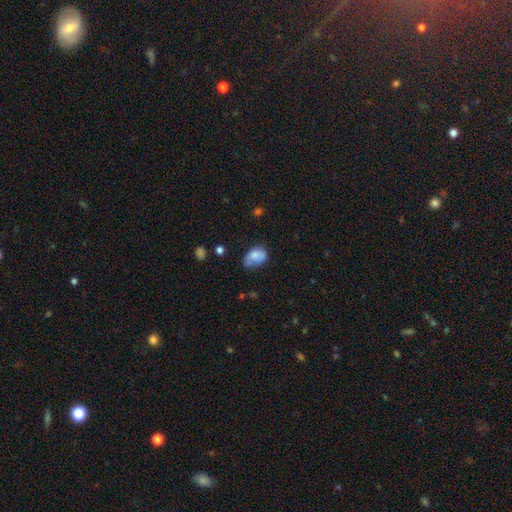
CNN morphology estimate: smooth-or-featured: smooth: 71% | featured or disk: 20% | star or artifact: 9%
  how-rounded: in between: 81% | round: 18% | cigar-shaped: 1%
  merging: none: 41% | minor disturbance: 36% | major disturbance: 15% | merger: 8%